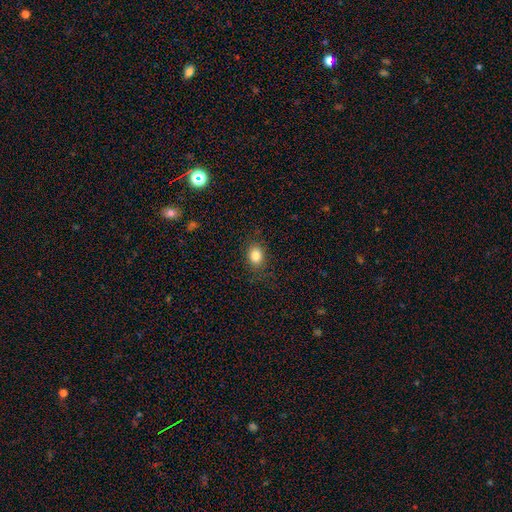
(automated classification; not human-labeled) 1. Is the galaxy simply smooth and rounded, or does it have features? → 83% smooth, 10% star or artifact, 6% featured or disk.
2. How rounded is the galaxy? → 57% in between, 42% round, 1% cigar-shaped.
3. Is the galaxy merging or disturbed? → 84% none, 11% minor disturbance, 3% major disturbance, 1% merger.